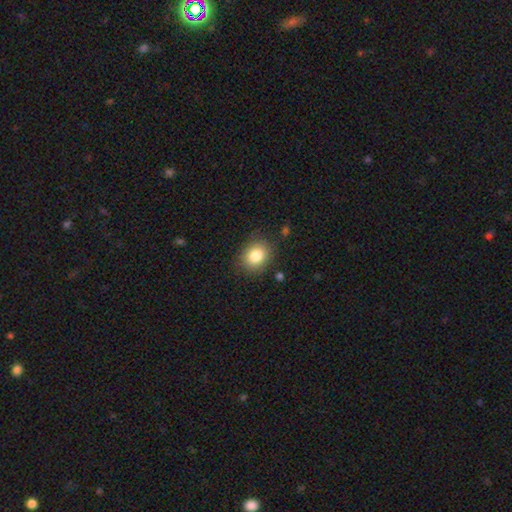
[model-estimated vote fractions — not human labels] This appears to be a smooth galaxy with no disk features (83%) that is round (59%). Merging: none (84%).